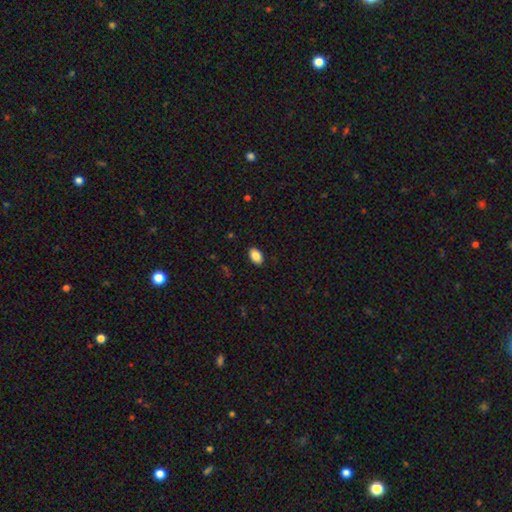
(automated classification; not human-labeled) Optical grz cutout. It shows a smooth galaxy with no disk features (87%) that is in between round and cigar-shaped (91%). Merging: none (89%).